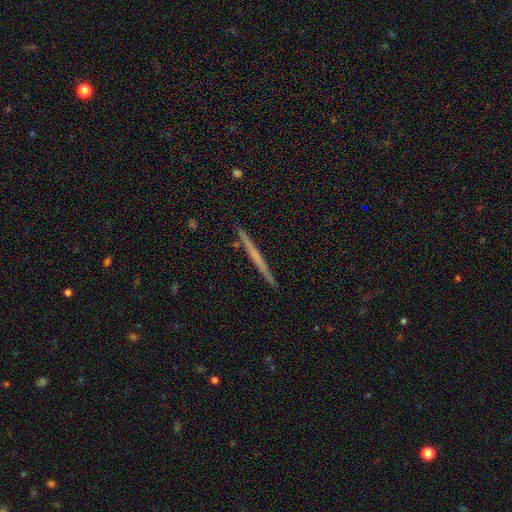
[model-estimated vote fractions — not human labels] Overall: featured or disk (55%; smooth 40%). Edge-on disk: yes (98%). Edge-on bulge: none (88%). Merging: none (93%).